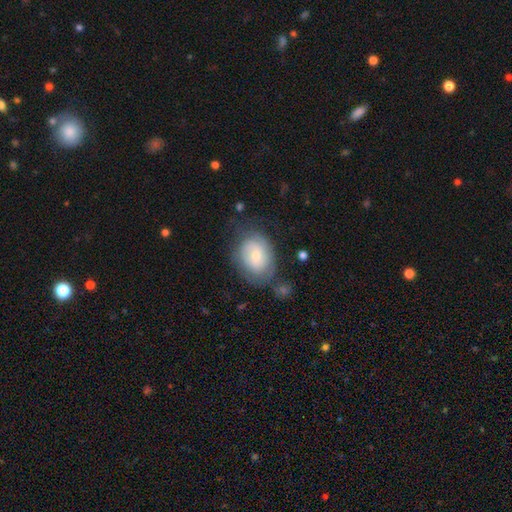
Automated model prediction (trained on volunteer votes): Morphology: type=smooth (55%); roundness=in between (62%); merging=none (56%).